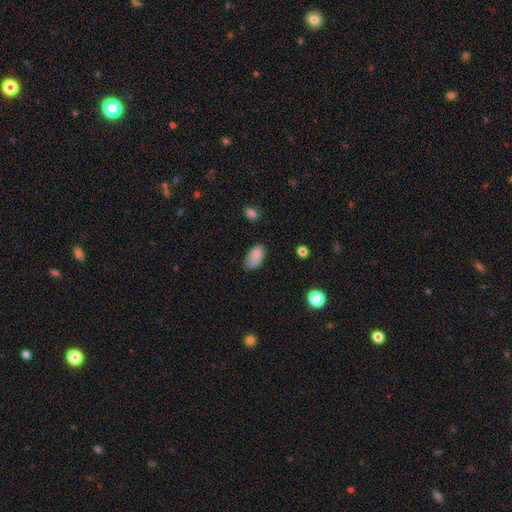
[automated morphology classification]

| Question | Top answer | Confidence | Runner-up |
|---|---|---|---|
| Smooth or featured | smooth | 81% | featured or disk (10%) |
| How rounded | in between | 94% | round (4%) |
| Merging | none | 65% | minor disturbance (27%) |